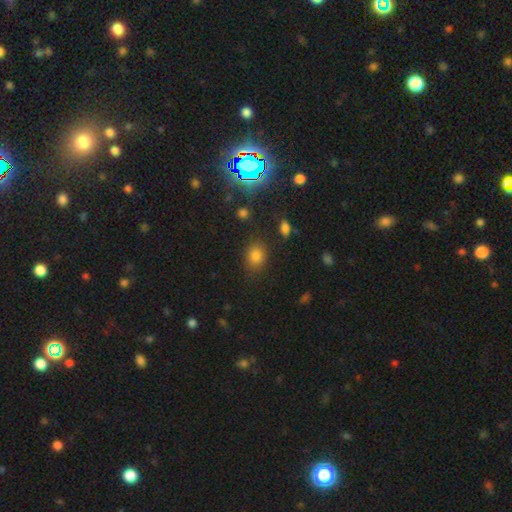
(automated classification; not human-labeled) smooth-or-featured: smooth: 78% | star or artifact: 16% | featured or disk: 6%
  how-rounded: round: 55% | in between: 44% | cigar-shaped: 1%
  merging: none: 81% | minor disturbance: 12% | major disturbance: 4% | merger: 3%